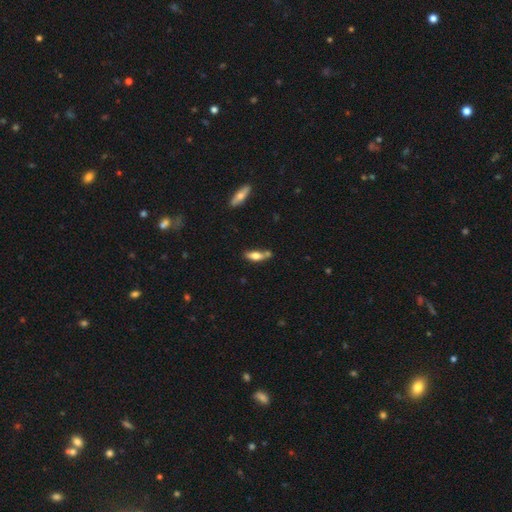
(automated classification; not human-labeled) Smooth or featured?
  - smooth: 58% *
  - featured or disk: 35%
  - star or artifact: 7%
How rounded?
  - in between: 53% *
  - cigar-shaped: 44%
  - round: 3%
Merging?
  - none: 55% *
  - merger: 20%
  - minor disturbance: 19%
  - major disturbance: 5%